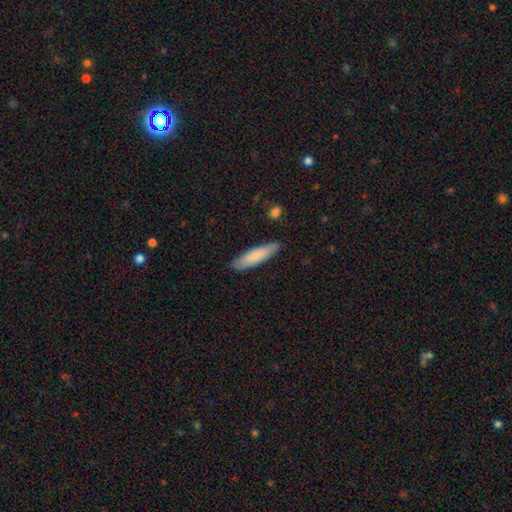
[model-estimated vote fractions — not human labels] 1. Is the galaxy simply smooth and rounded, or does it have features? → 79% smooth, 15% featured or disk, 5% star or artifact.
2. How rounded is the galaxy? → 72% cigar-shaped, 27% in between, 1% round.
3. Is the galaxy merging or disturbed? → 86% none, 11% minor disturbance, 2% major disturbance, 1% merger.